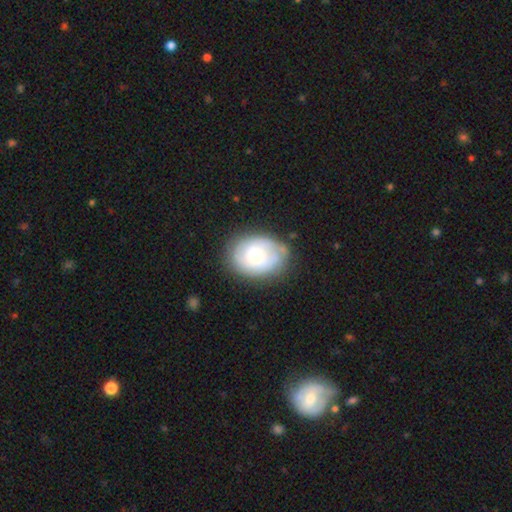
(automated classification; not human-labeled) The model was most divided on "smooth or featured" (2-way tie): smooth: 47%, featured or disk: 47%, star or artifact: 7%. More confident: merging — none (70%).